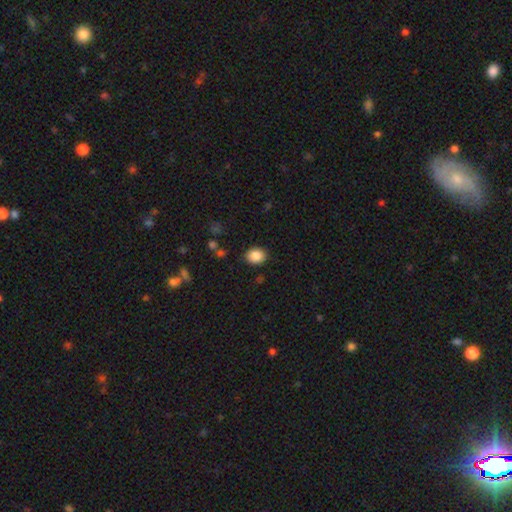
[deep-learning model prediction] This appears to be a smooth galaxy with no disk features (86%) that is round (50%). Merging: none (87%).